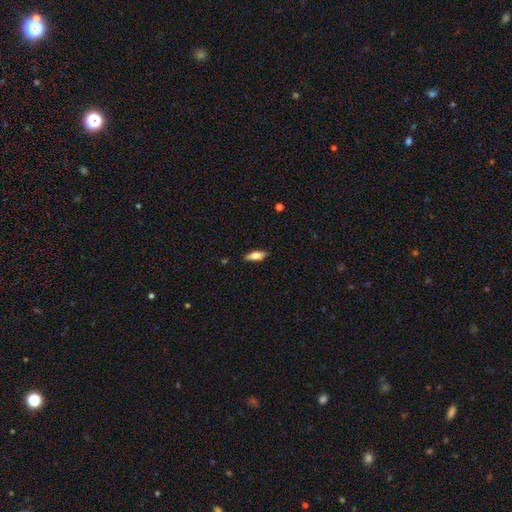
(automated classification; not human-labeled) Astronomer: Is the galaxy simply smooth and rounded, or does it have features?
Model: smooth — 67%.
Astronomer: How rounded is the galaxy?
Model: in between — 66%.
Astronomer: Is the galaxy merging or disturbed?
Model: none — 88%.